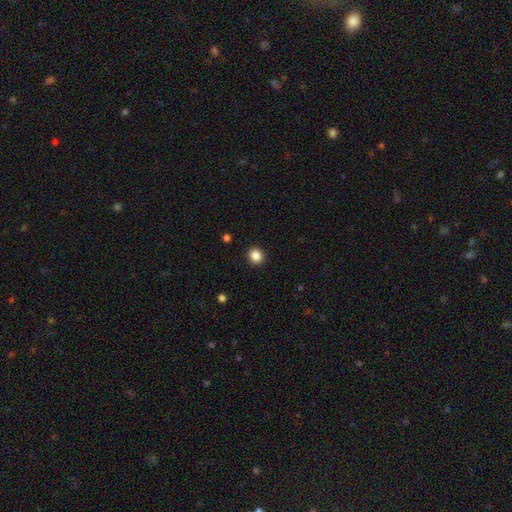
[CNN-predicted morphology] smooth 86%, star or artifact 11%, featured or disk 4%. Down the decision tree: how rounded — round (82%); merging — none (92%).